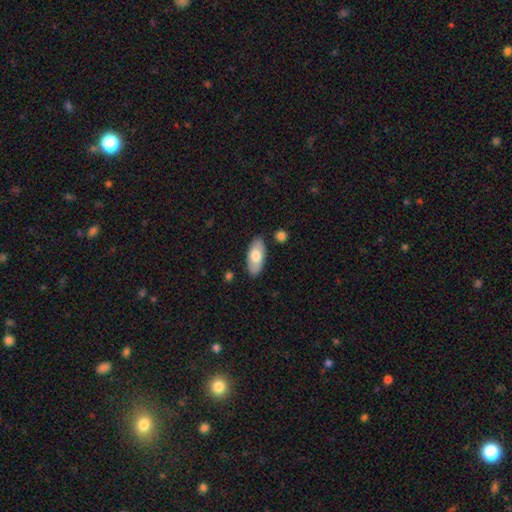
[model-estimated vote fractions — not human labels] Overall: smooth (72%). How rounded: in between (89%). Merging: none (86%).